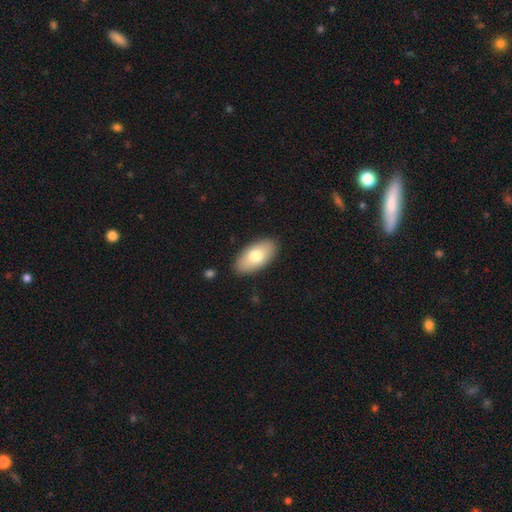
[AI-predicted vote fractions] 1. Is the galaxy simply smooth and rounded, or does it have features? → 74% smooth, 20% featured or disk, 6% star or artifact.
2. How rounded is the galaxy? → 94% in between, 3% round, 3% cigar-shaped.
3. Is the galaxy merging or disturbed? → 88% none, 9% minor disturbance, 2% major disturbance, 1% merger.